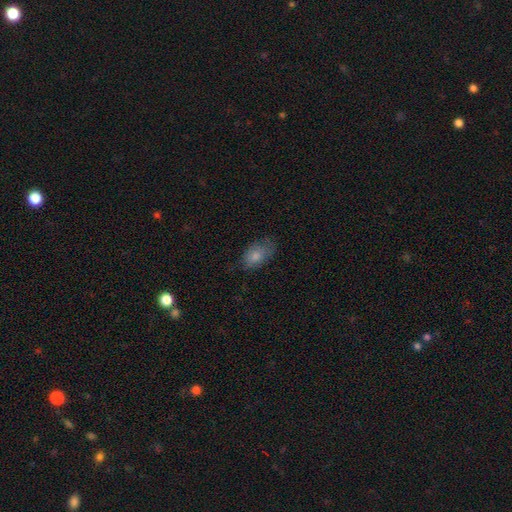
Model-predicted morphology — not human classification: Q: Smooth or featured?
A: smooth (79%); runner-up: featured or disk (13%)
Q: How rounded?
A: in between (90%); runner-up: round (9%)
Q: Merging?
A: none (60%); runner-up: minor disturbance (28%)